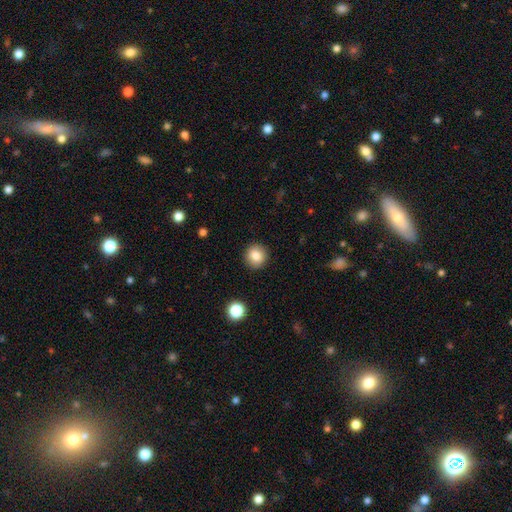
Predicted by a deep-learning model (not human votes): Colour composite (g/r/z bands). It shows a smooth galaxy with no disk features (84%) that is round (93%). Merging: none (92%).